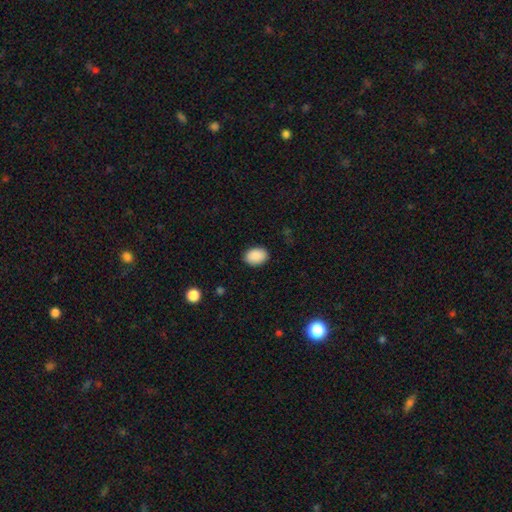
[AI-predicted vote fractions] This appears to be a smooth galaxy with no disk features (90%) that is in between round and cigar-shaped (82%). Merging: none (88%).